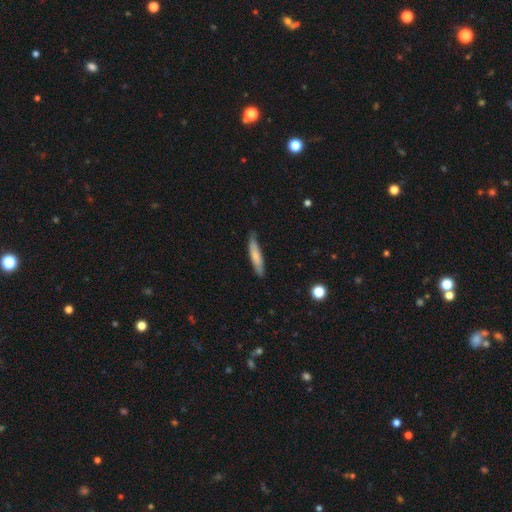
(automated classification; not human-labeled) Smooth or featured? Predicted: smooth (p=0.74). How rounded? Predicted: cigar-shaped (p=0.85). Merging? Predicted: none (p=0.78).